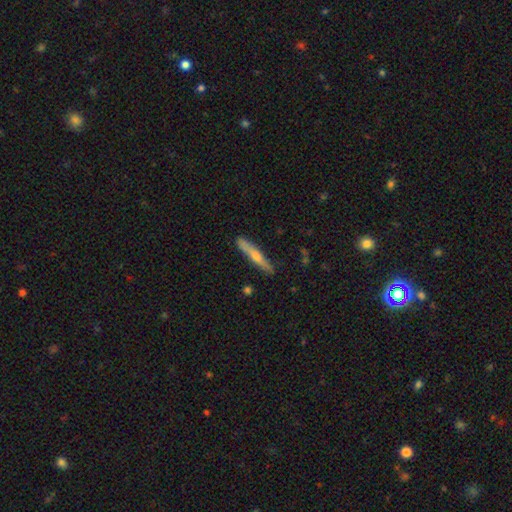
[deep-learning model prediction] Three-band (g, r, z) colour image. It shows a featured or disk galaxy (50%) viewed edge-on (94%). Merging: none (87%).